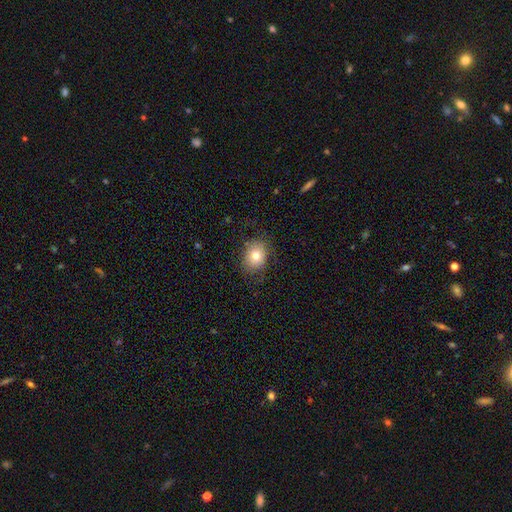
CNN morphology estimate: This is likely a smooth galaxy (78%). How rounded: possibly round (51%). Merging: likely none (80%).